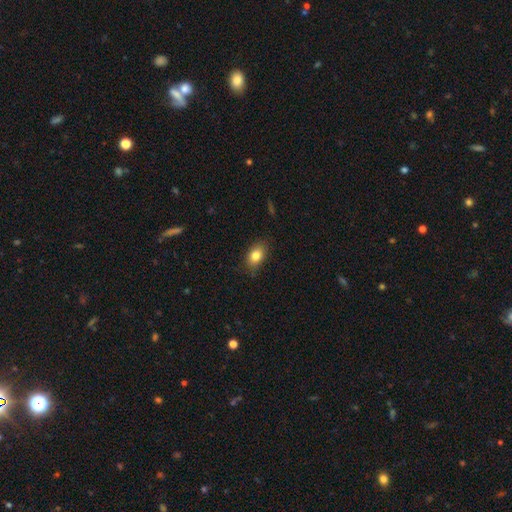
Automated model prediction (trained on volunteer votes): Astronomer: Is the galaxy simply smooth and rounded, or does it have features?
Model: smooth — 83%.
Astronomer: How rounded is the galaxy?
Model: in between — 83%.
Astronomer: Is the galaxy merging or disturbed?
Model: none — 83%.